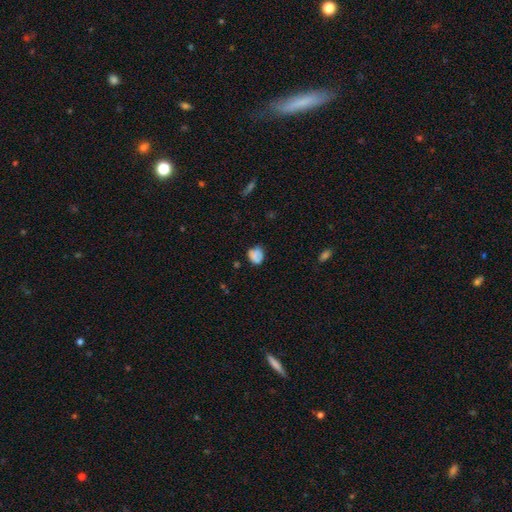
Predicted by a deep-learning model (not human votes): A smooth galaxy with no disk features (73%) that is round (66%).

Vote fractions:
- Smooth or featured? smooth: 73% / featured or disk: 16% / star or artifact: 11%
- How rounded? round: 66% / in between: 33% / cigar-shaped: 1%
- Merging? none: 63% / minor disturbance: 26% / major disturbance: 8% / merger: 3%